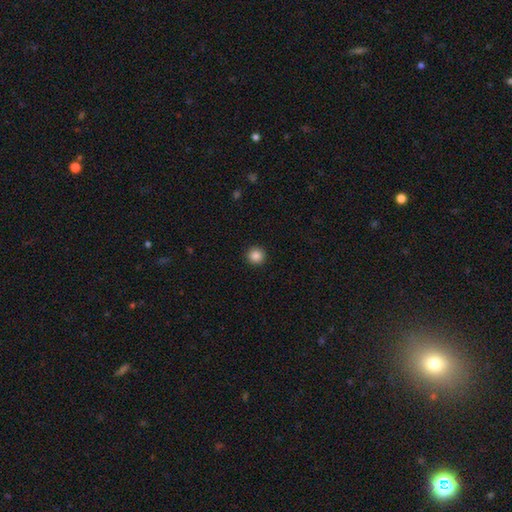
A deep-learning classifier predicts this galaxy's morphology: type=smooth (86%); roundness=round (95%); merging=none (93%).